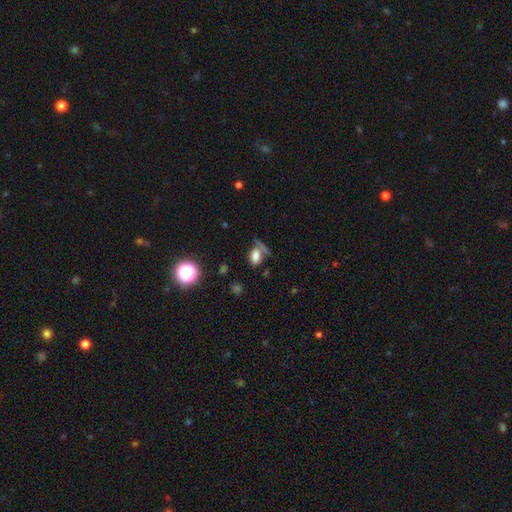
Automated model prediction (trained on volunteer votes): This appears to be a smooth galaxy with no disk features (75%) that is in between round and cigar-shaped (80%). Merging: none (56%).